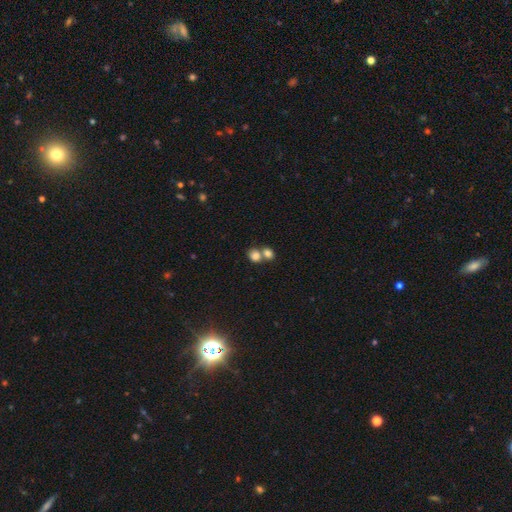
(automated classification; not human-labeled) Q: Smooth or featured?
A: smooth (81%); runner-up: star or artifact (10%)
Q: How rounded?
A: round (66%); runner-up: in between (33%)
Q: Merging?
A: merger (56%); runner-up: none (35%)